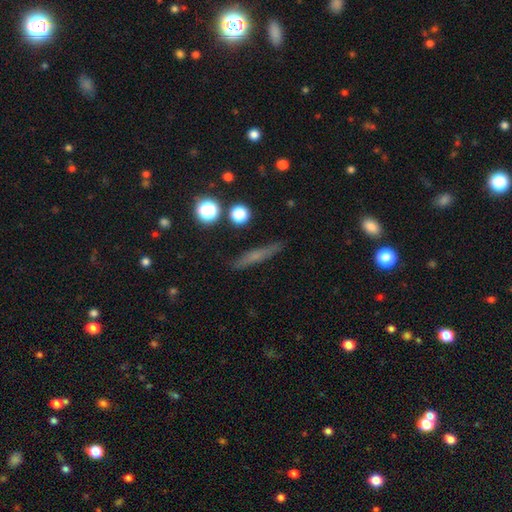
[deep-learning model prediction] smooth_or_featured: smooth (p=0.49) [alt: featured or disk p=0.39]
merging: none (p=0.86) [alt: minor disturbance p=0.09]